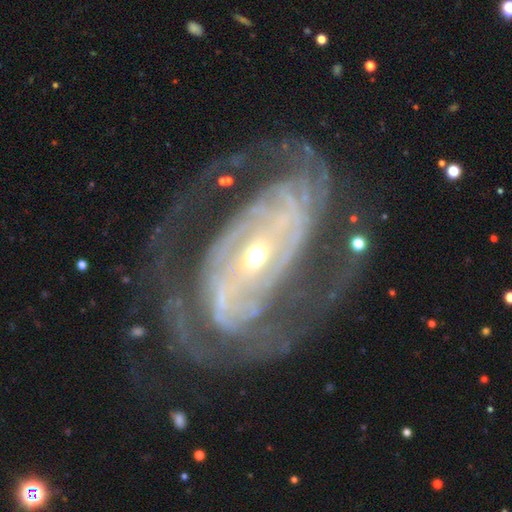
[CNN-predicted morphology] Smooth or featured? Predicted: featured or disk (p=0.89). Edge-on disk? Predicted: no (p=0.95). Bar? Predicted: strong (p=0.47). Spiral arms? Predicted: yes (p=0.94). Spiral winding? Predicted: tight (p=0.54). Spiral arm count? Predicted: 2 (p=0.50). Bulge size? Predicted: small (p=0.63). Merging? Predicted: none (p=0.65).